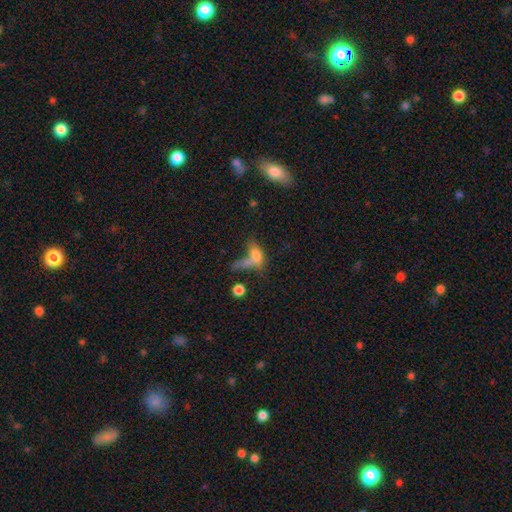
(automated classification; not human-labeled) Overall: smooth (68%). How rounded: in between (74%). Merging: merger (41%; none 26%).